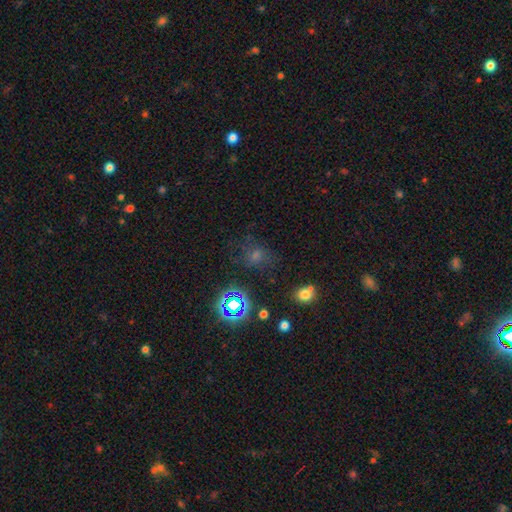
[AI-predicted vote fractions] Smooth or featured?
  - smooth: 47% *
  - star or artifact: 40%
  - featured or disk: 13%
Merging?
  - none: 64% *
  - minor disturbance: 19%
  - major disturbance: 12%
  - merger: 5%